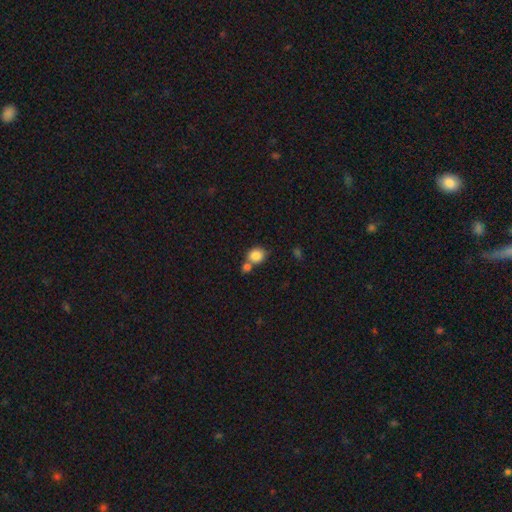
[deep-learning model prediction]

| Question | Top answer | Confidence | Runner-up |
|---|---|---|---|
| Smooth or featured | smooth | 85% | star or artifact (9%) |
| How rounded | round | 72% | in between (27%) |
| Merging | none | 45% | merger (41%) |